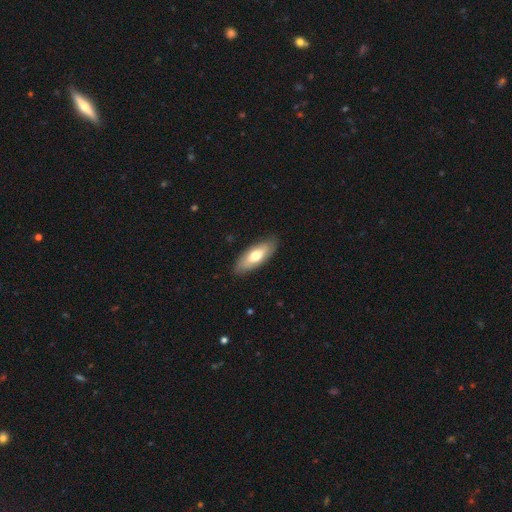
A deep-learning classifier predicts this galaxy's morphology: smooth-or-featured: smooth: 66% | featured or disk: 29% | star or artifact: 5%
  how-rounded: in between: 75% | cigar-shaped: 23% | round: 2%
  merging: none: 85% | minor disturbance: 11% | major disturbance: 2% | merger: 1%